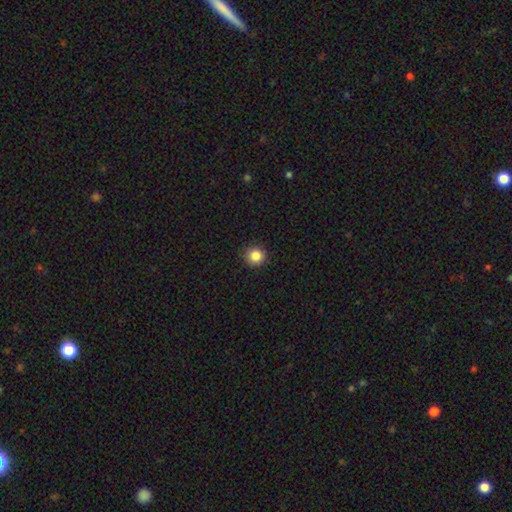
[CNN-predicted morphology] The model was most divided on "smooth or featured": smooth: 86%, star or artifact: 11%, featured or disk: 4%. More confident: how rounded — round (94%); merging — none (91%).